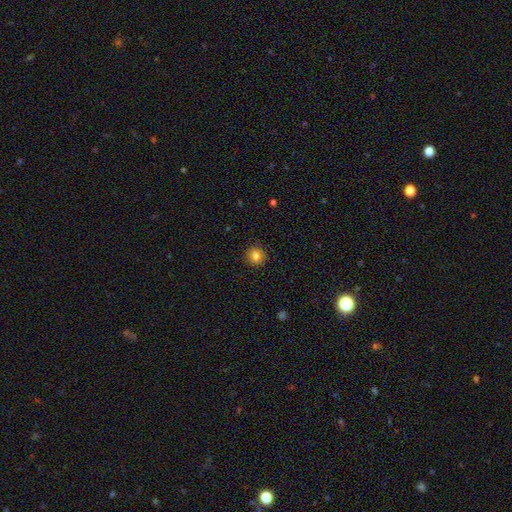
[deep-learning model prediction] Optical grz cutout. It shows a smooth galaxy with no disk features (81%) that is round (91%). Merging: none (89%).